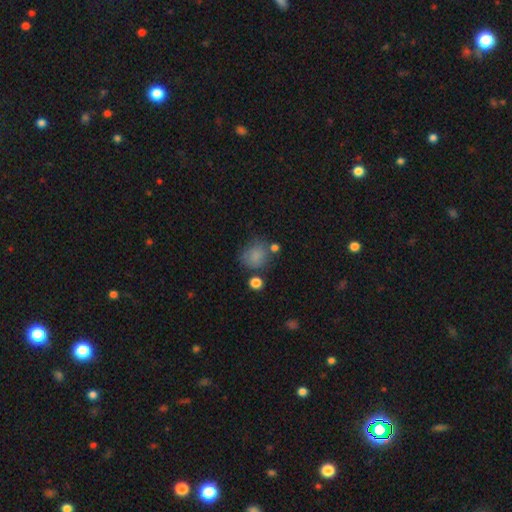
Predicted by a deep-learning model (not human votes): Overall: smooth (81%). How rounded: round (67%; in between 32%). Merging: none (60%; minor disturbance 22%).